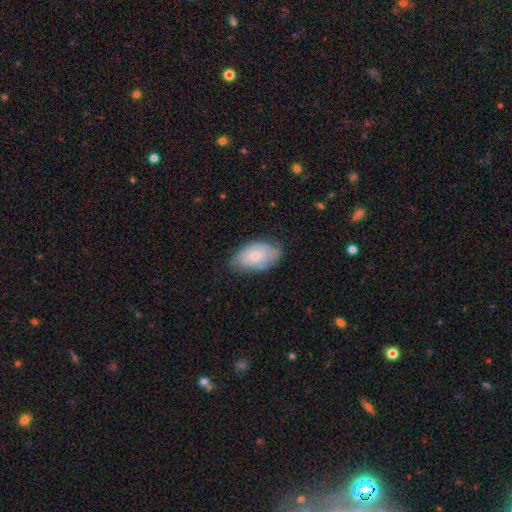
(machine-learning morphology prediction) Smooth or featured? smooth (53%)
How rounded? in between (92%)
Merging? none (65%)